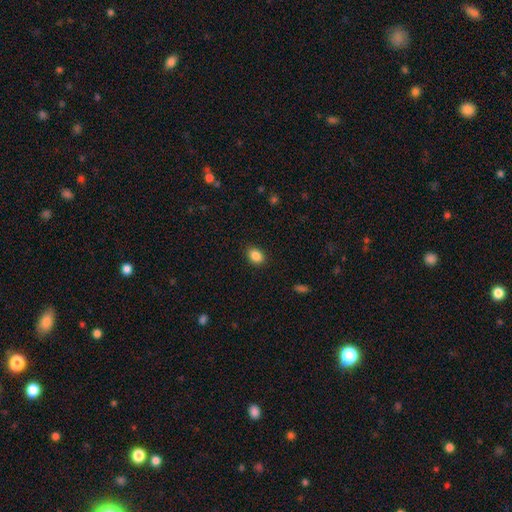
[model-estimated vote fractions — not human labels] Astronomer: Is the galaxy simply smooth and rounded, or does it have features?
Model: smooth — 87%.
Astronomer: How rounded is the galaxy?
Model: in between — 74%.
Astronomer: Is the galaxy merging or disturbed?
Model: none — 88%.